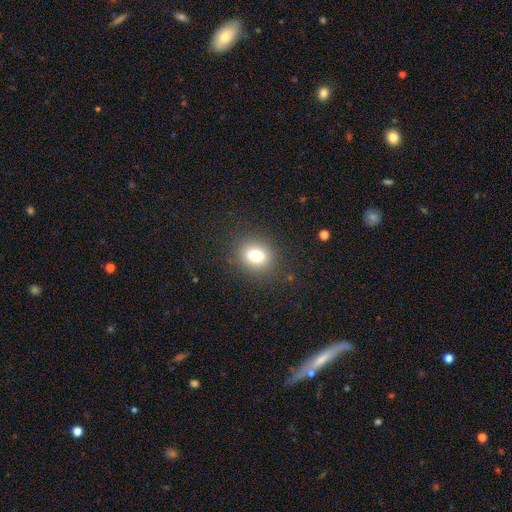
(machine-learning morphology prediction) Smooth or featured? Predicted: smooth (p=0.76). How rounded? Predicted: in between (p=0.50). Merging? Predicted: none (p=0.86).